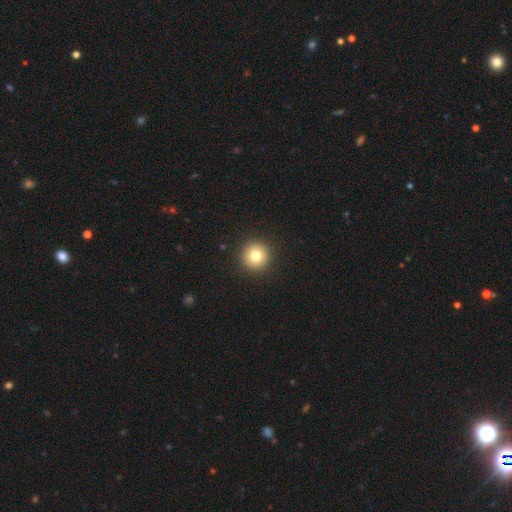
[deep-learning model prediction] smooth-or-featured: smooth: 79% | star or artifact: 11% | featured or disk: 10%
  how-rounded: round: 96% | in between: 3% | cigar-shaped: 1%
  merging: none: 93% | minor disturbance: 5% | major disturbance: 2% | merger: 1%